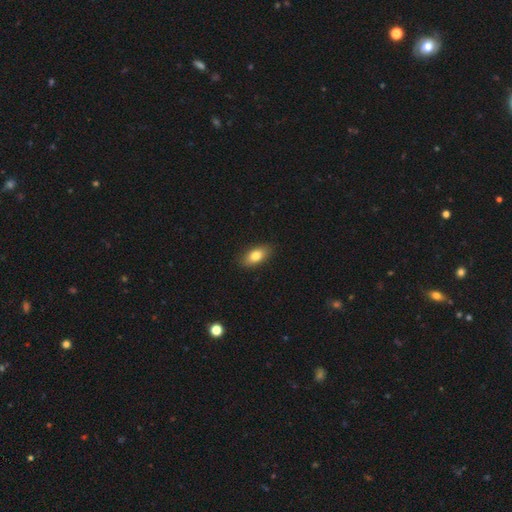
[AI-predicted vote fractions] smooth 81%, featured or disk 12%, star or artifact 7%. Down the decision tree: how rounded — in between (87%); merging — none (88%).